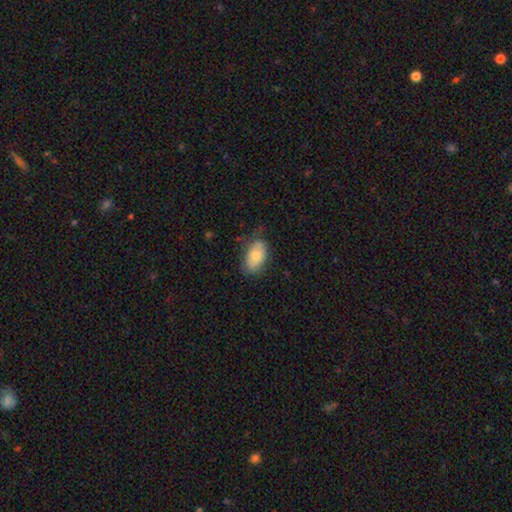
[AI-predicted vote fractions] smooth_or_featured: smooth (p=0.75) [alt: featured or disk p=0.19]
how_rounded: in between (p=0.92) [alt: round p=0.06]
merging: none (p=0.67) [alt: minor disturbance p=0.25]